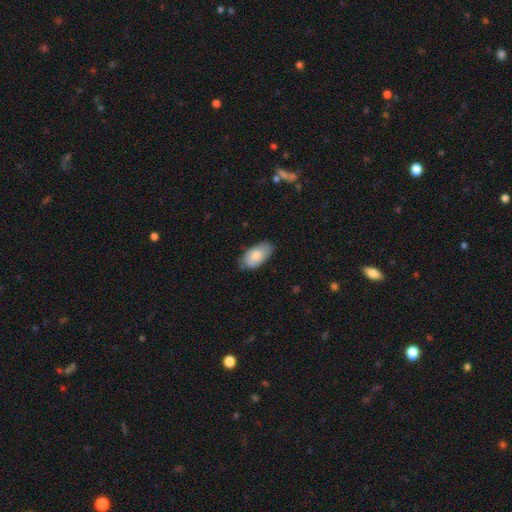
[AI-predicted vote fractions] A smooth galaxy with no disk features (80%) that is in between round and cigar-shaped (95%).

Vote fractions:
- Smooth or featured? smooth: 80% / featured or disk: 14% / star or artifact: 6%
- How rounded? in between: 95% / round: 3% / cigar-shaped: 2%
- Merging? none: 75% / minor disturbance: 21% / major disturbance: 3% / merger: 1%